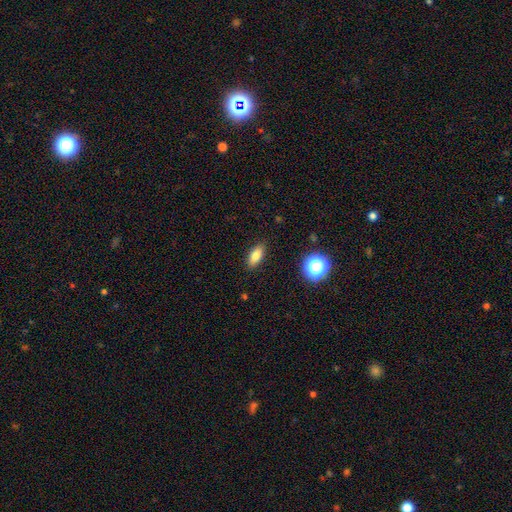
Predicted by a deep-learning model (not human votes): smooth_or_featured: smooth (p=0.79) [alt: featured or disk p=0.12]
how_rounded: in between (p=0.79) [alt: cigar-shaped p=0.15]
merging: none (p=0.89) [alt: minor disturbance p=0.08]